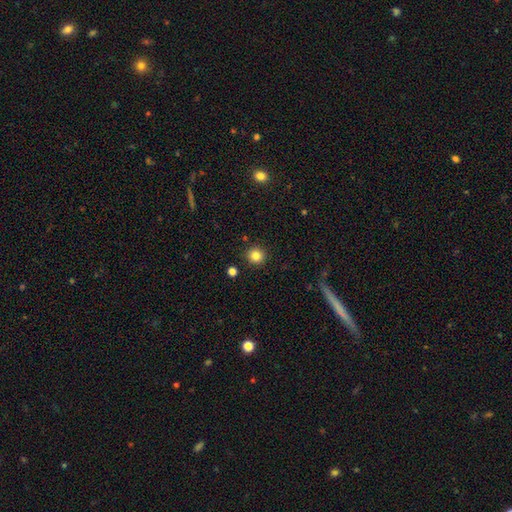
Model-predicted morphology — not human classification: smooth-or-featured: smooth: 83% | star or artifact: 12% | featured or disk: 5%
  how-rounded: round: 94% | in between: 5% | cigar-shaped: 1%
  merging: none: 91% | minor disturbance: 5% | major disturbance: 2% | merger: 2%